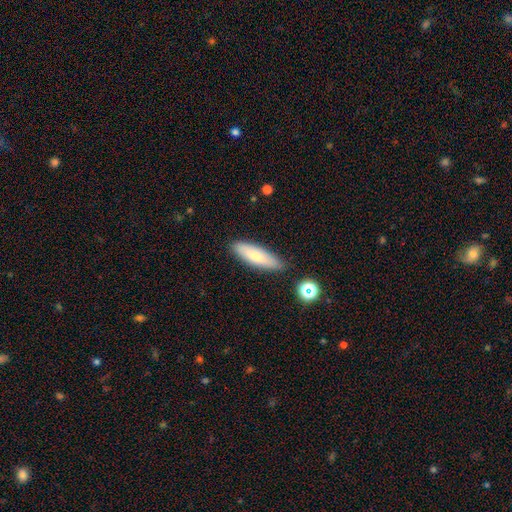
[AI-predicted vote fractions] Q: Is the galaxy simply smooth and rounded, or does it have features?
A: smooth — 75%.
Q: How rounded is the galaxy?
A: cigar-shaped — 57%.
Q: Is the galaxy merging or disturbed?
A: none — 83%.